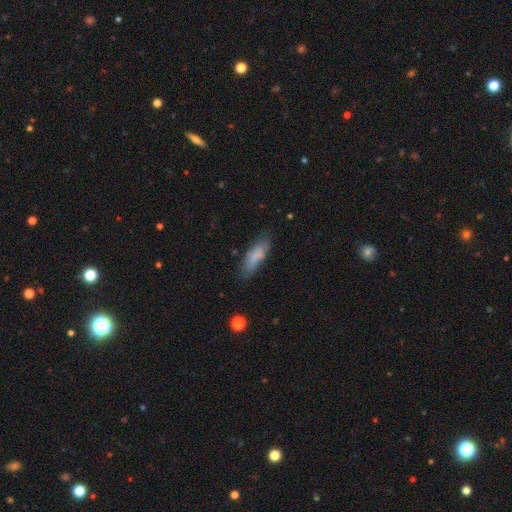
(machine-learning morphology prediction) The model was most divided on "how rounded": in between: 50%, cigar-shaped: 49%, round: 2%. More confident: smooth or featured — smooth (79%); merging — none (75%).